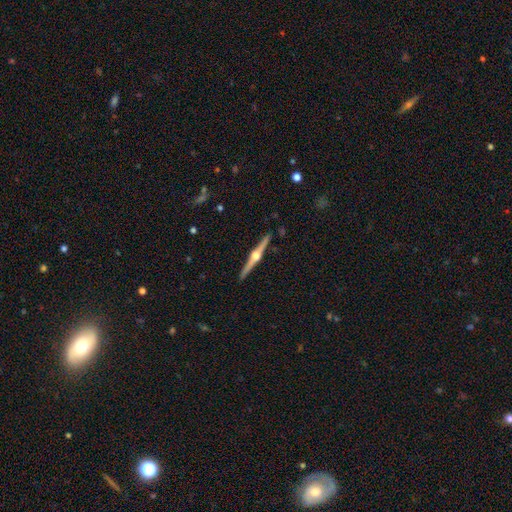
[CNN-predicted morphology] smooth-or-featured: featured or disk: 86% | smooth: 9% | star or artifact: 5%
  disk-edge-on: yes: 99% | no: 1%
    edge-on-bulge: rounded: 96% | boxy: 2% | none: 1%
  merging: none: 92% | minor disturbance: 6% | major disturbance: 1% | merger: 1%